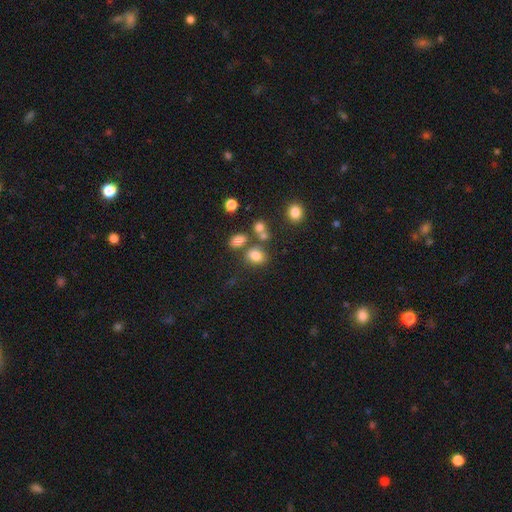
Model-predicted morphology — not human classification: A smooth galaxy with no disk features (78%) that is in between round and cigar-shaped (58%). Merging: none (60%).